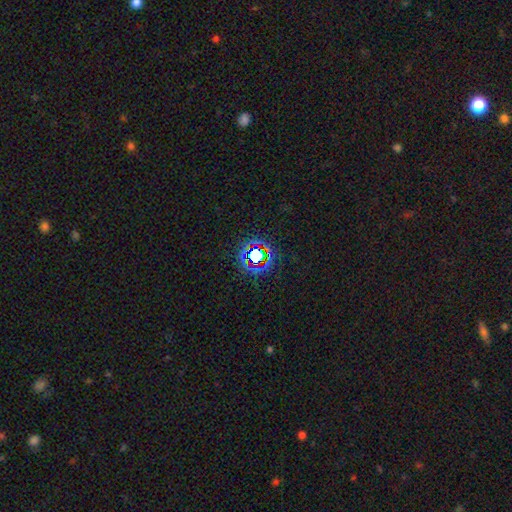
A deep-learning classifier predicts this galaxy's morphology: smooth-or-featured: star or artifact: 71% | smooth: 18% | featured or disk: 11%